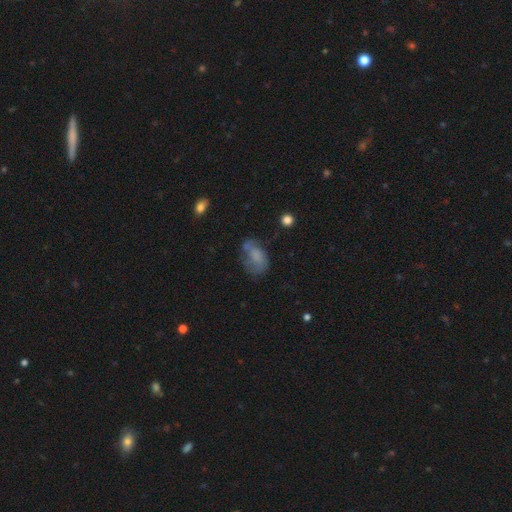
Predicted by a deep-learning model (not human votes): Smooth or featured?
  - smooth: 56% *
  - featured or disk: 32%
  - star or artifact: 12%
How rounded?
  - in between: 86% *
  - round: 11%
  - cigar-shaped: 2%
Merging?
  - none: 38% *
  - minor disturbance: 29%
  - major disturbance: 26%
  - merger: 8%